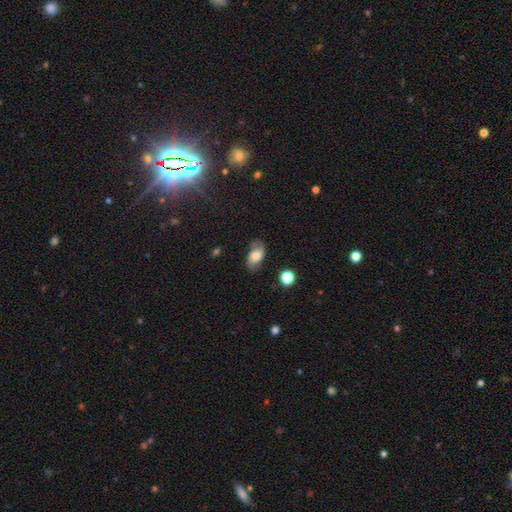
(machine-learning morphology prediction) Q: Smooth or featured?
A: smooth (64%); runner-up: featured or disk (26%)
Q: How rounded?
A: in between (90%); runner-up: round (8%)
Q: Merging?
A: none (64%); runner-up: minor disturbance (25%)